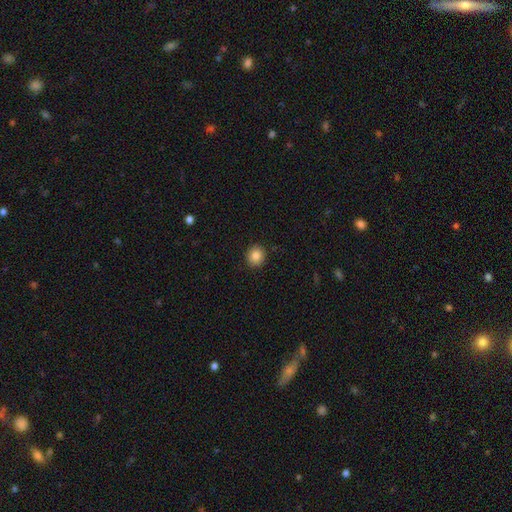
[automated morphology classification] type=smooth (86%); roundness=round (84%); merging=none (90%).